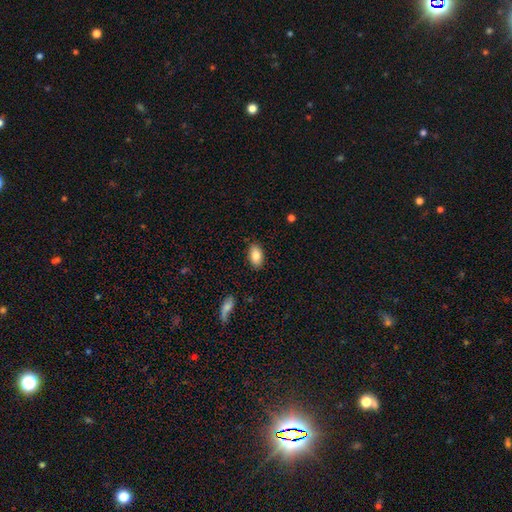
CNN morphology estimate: smooth 83%, featured or disk 10%, star or artifact 7%. Down the decision tree: how rounded — in between (92%); merging — none (87%).